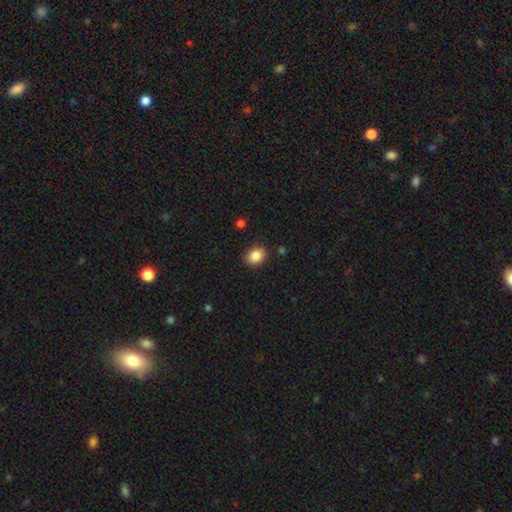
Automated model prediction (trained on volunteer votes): Smooth or featured: smooth — 87% (star or artifact — 9%)
How rounded: in between — 59% (round — 40%)
Merging: none — 88% (minor disturbance — 8%)